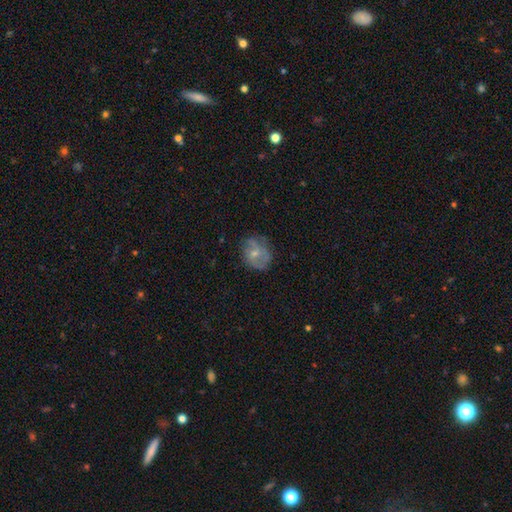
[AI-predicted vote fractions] The model was most divided on "bulge size": small: 56%, moderate: 37%, none: 5%, large: 2%, dominant: 1%. More confident: edge-on disk — no (97%); spiral arms — yes (75%); bar — no (68%); merging — none (66%); smooth or featured — featured or disk (55%).